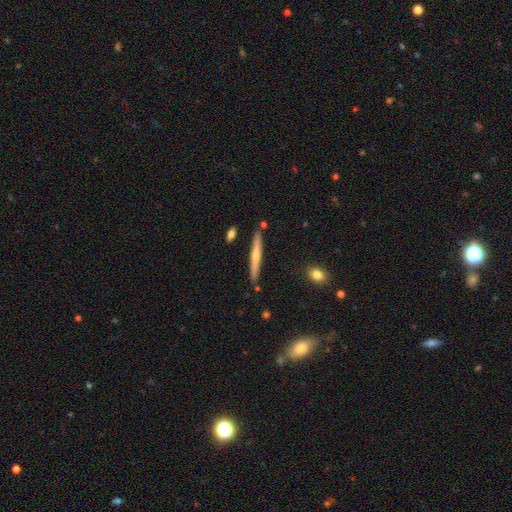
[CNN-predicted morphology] Smooth or featured? Predicted: featured or disk (p=0.66). Edge-on disk? Predicted: yes (p=0.97). Edge-on bulge? Predicted: rounded (p=0.78). Merging? Predicted: none (p=0.87).